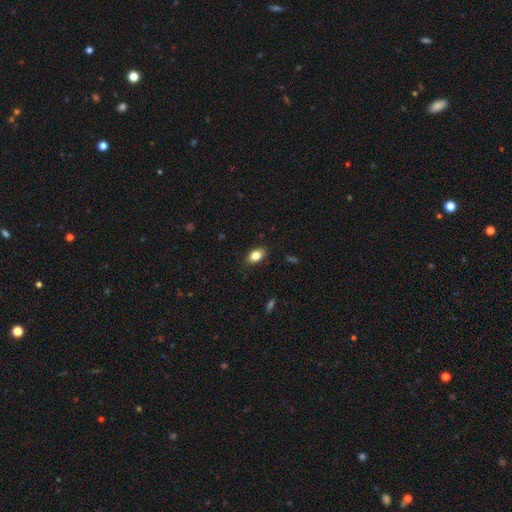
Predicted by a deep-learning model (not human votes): smooth_or_featured: smooth (p=0.83) [alt: star or artifact p=0.09]
how_rounded: in between (p=0.86) [alt: round p=0.12]
merging: none (p=0.87) [alt: minor disturbance p=0.10]